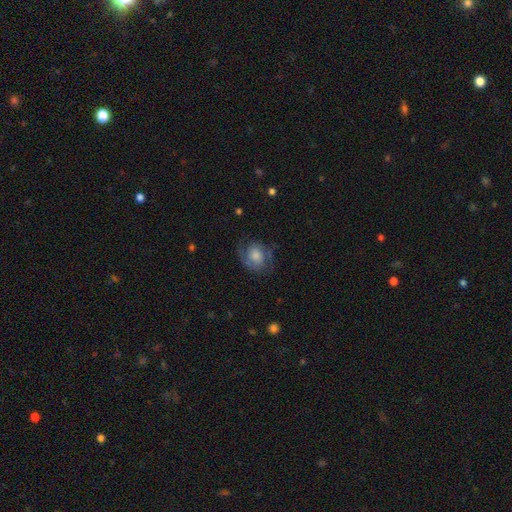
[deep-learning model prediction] Overall: featured or disk (61%; smooth 31%). Edge-on disk: no (97%). Bar: no (71%). Spiral arms: yes (88%). Spiral arm count: 2 (79%). Spiral winding: medium (45%; tight 34%). Bulge size: moderate (37%; large 27%). Merging: none (66%).